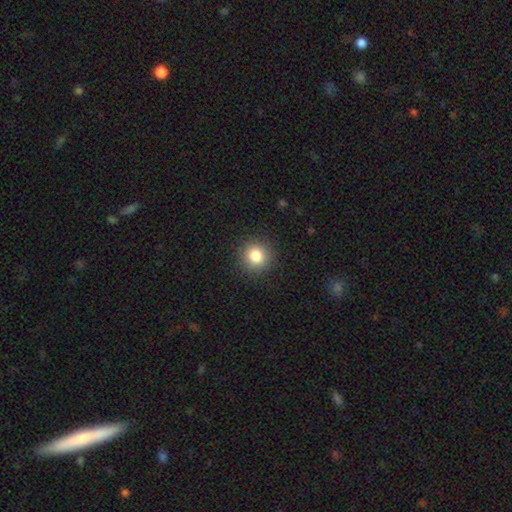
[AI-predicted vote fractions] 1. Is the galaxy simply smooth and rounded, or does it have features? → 83% smooth, 11% star or artifact, 6% featured or disk.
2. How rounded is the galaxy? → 92% round, 7% in between, 1% cigar-shaped.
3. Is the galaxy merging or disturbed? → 90% none, 6% minor disturbance, 2% major disturbance, 1% merger.